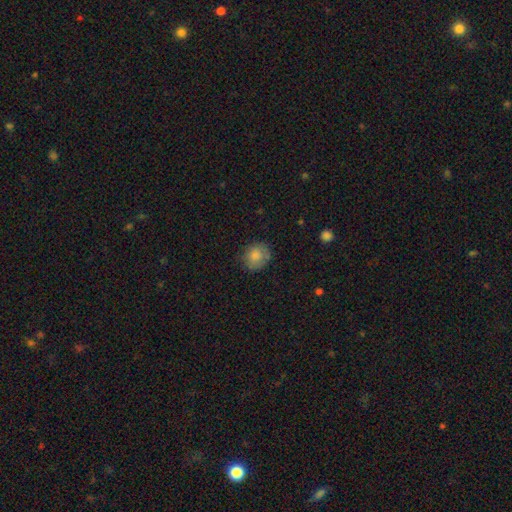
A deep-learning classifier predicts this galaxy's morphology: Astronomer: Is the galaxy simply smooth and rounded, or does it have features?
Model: smooth — 81%.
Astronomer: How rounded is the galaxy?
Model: round — 70%.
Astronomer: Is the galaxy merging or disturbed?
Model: none — 74%.